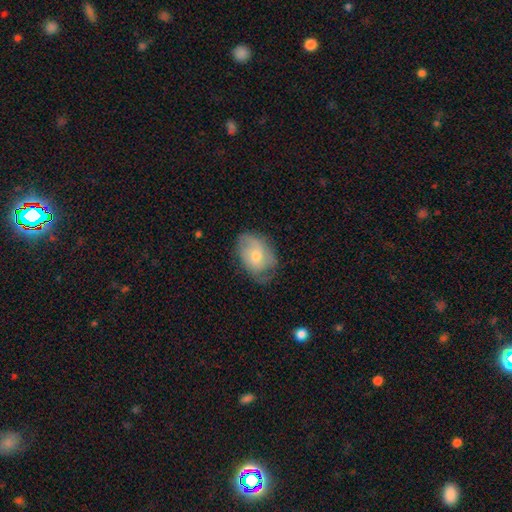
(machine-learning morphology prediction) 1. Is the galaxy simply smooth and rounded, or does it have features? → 49% smooth, 44% featured or disk, 7% star or artifact.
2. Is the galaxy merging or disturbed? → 57% none, 30% minor disturbance, 11% major disturbance, 1% merger.